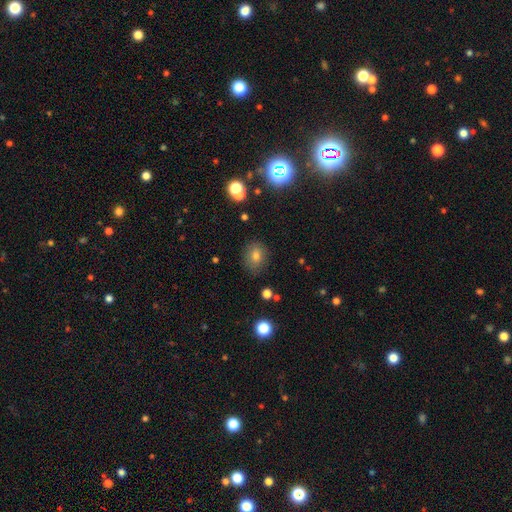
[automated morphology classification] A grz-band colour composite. It shows a smooth galaxy with no disk features (73%) that is round (57%). Merging: none (84%).